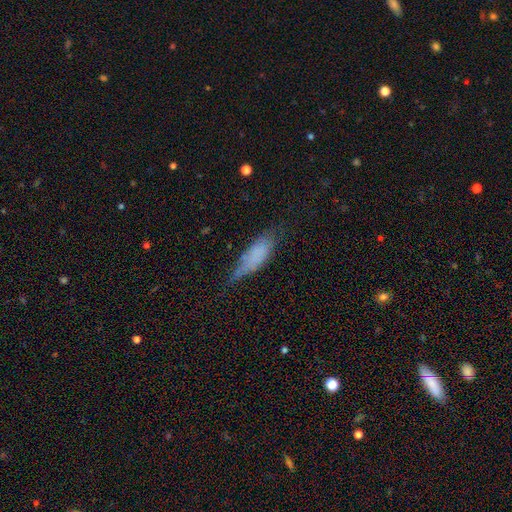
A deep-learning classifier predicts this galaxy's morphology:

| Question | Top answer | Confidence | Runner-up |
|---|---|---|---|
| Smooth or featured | smooth | 68% | featured or disk (23%) |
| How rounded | in between | 57% | cigar-shaped (41%) |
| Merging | none | 47% | minor disturbance (36%) |